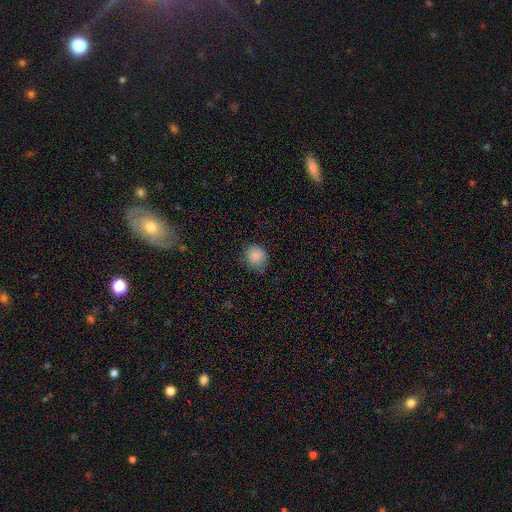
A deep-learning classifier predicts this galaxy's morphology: This is clearly a smooth galaxy (85%). How rounded: likely round (72%). Merging: likely none (74%).